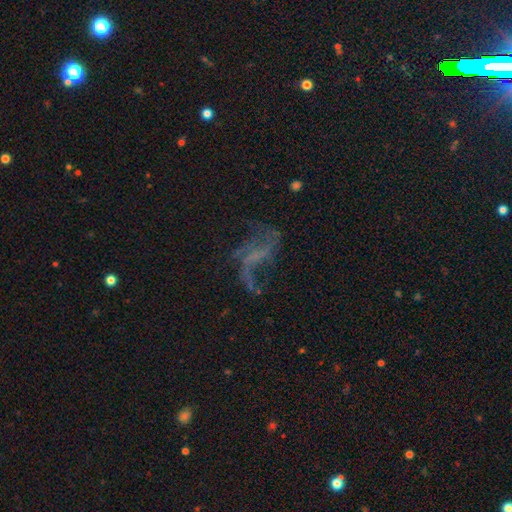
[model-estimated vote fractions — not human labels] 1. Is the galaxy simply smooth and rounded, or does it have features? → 71% featured or disk, 16% star or artifact, 13% smooth.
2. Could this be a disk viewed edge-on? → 96% no, 4% yes.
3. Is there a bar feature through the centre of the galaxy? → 47% no, 34% weak, 19% strong.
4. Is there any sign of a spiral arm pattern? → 72% yes, 28% no.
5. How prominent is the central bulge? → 73% none, 19% small, 6% moderate, 2% large, 1% dominant.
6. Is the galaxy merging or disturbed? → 43% none, 37% major disturbance, 15% minor disturbance, 5% merger.